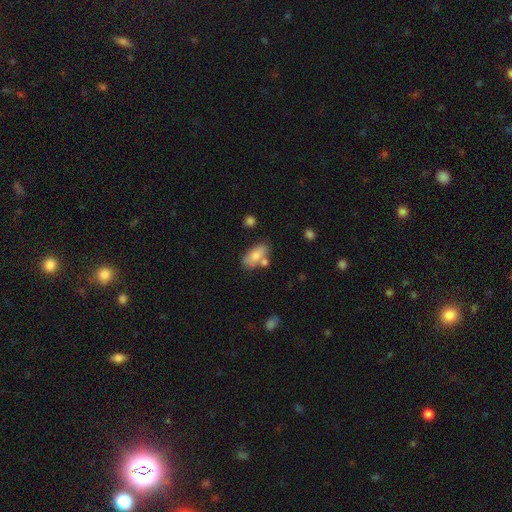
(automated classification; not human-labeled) Morphology: type=smooth (73%); roundness=in between (90%); merging=none (60%).